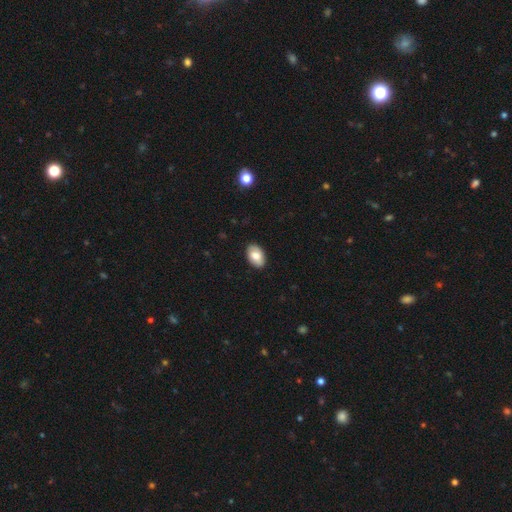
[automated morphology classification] Smooth or featured? Predicted: smooth (p=0.78). How rounded? Predicted: in between (p=0.91). Merging? Predicted: none (p=0.88).